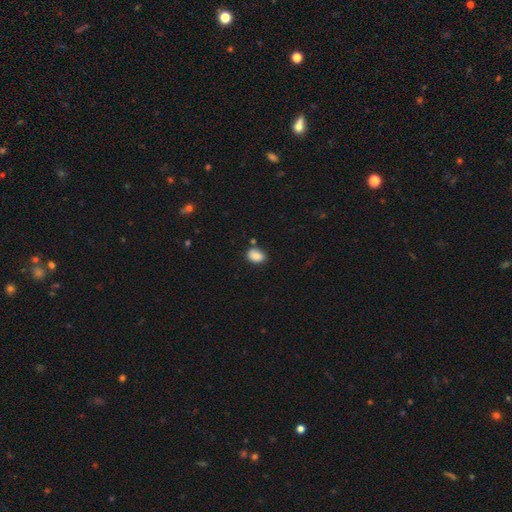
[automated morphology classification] Smooth or featured? smooth (87%)
How rounded? in between (81%)
Merging? none (70%)